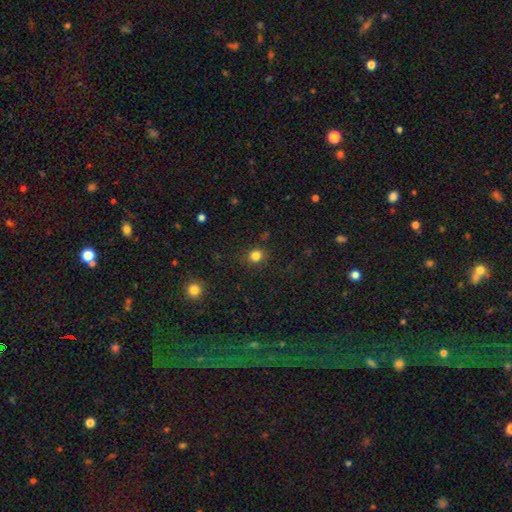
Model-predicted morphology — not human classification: A smooth galaxy with no disk features (82%) that is round (81%). Merging: none (87%).